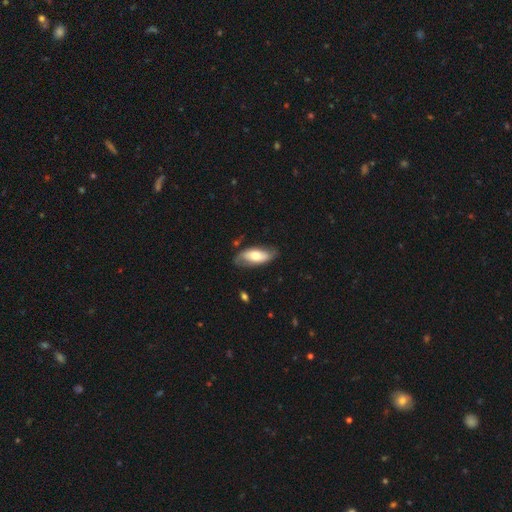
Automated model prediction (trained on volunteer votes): This is possibly a smooth galaxy (52%). How rounded: clearly in between (86%). Merging: likely none (69%).